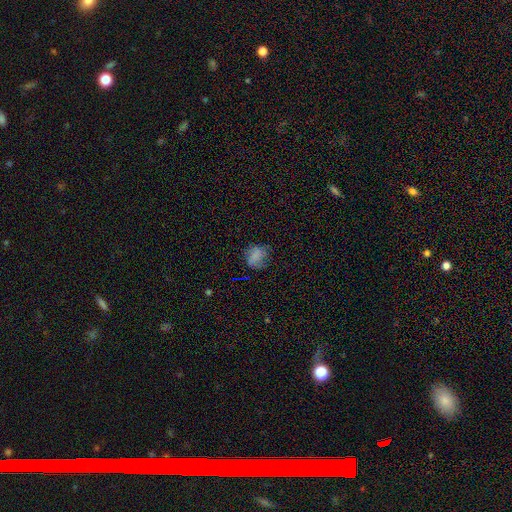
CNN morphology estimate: Smooth or featured? smooth (71%)
How rounded? round (50%)
Merging? none (56%)